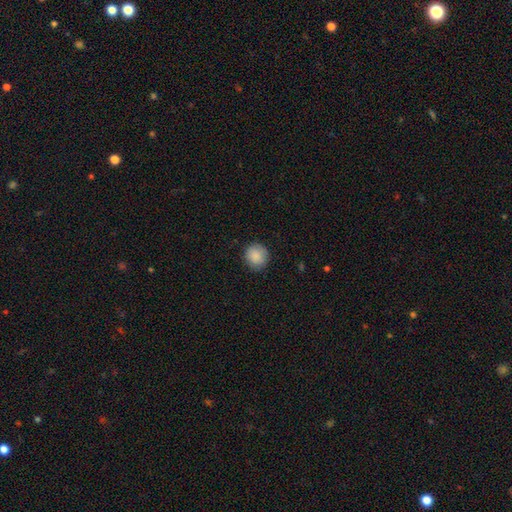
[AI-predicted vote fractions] A smooth galaxy with no disk features (88%) that is round (92%).

Vote fractions:
- Smooth or featured? smooth: 88% / star or artifact: 8% / featured or disk: 4%
- How rounded? round: 92% / in between: 7% / cigar-shaped: 1%
- Merging? none: 88% / minor disturbance: 9% / major disturbance: 2% / merger: 1%